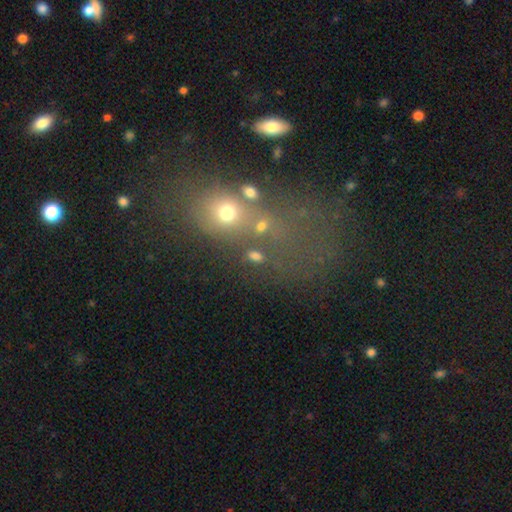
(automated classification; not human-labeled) smooth 50%, star or artifact 31%, featured or disk 19%. Down the decision tree: merging — none (42%).